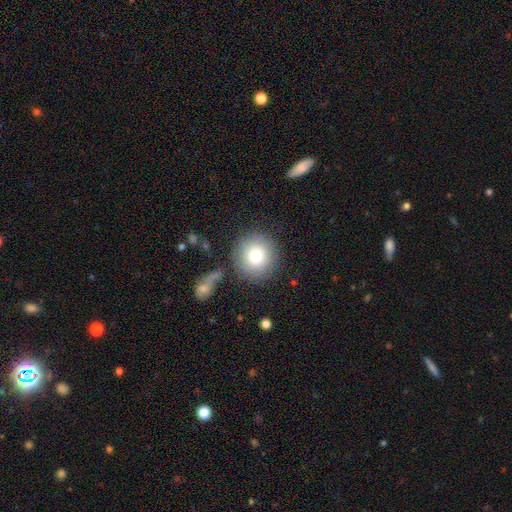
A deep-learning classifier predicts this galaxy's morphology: type=smooth (81%); roundness=round (94%); merging=none (80%).